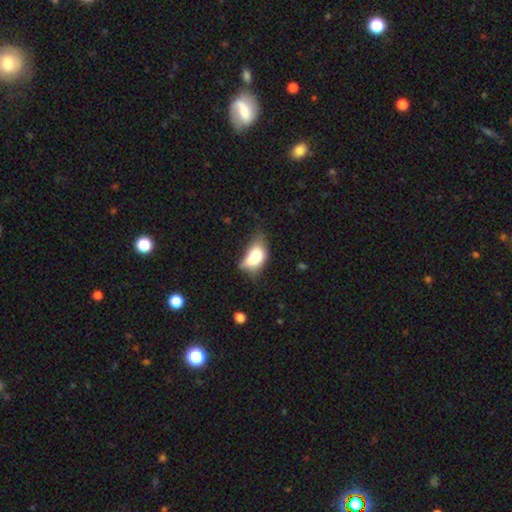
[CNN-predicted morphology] type=smooth (70%); roundness=in between (85%); merging=minor disturbance (33%).